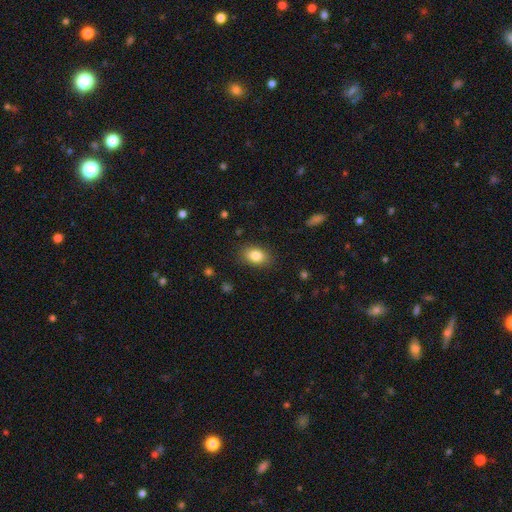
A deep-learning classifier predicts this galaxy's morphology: Smooth or featured? Predicted: smooth (p=0.84). How rounded? Predicted: in between (p=0.82). Merging? Predicted: none (p=0.85).